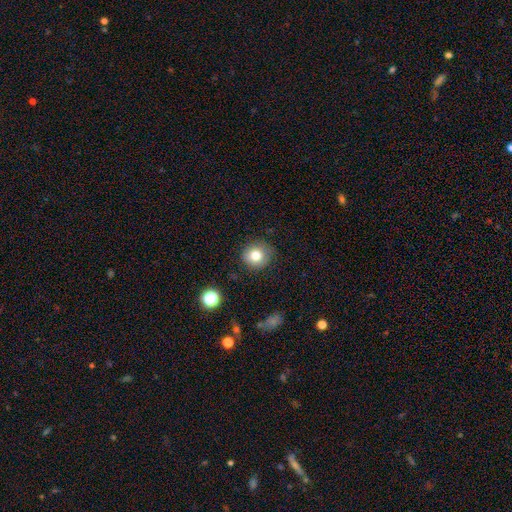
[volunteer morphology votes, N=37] Smooth or featured? smooth (86%)
How rounded? round (84%)
Merging? none (91%)